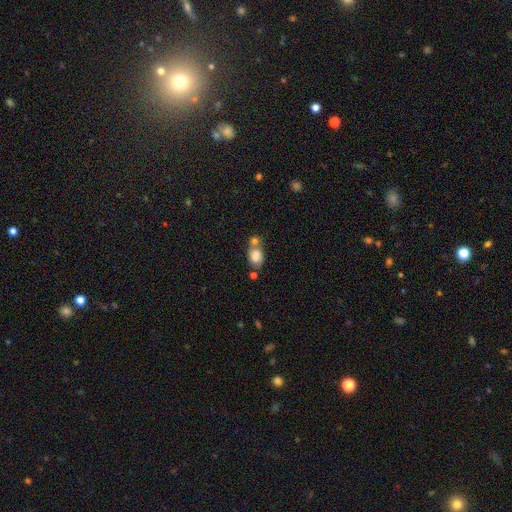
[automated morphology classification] Smooth or featured?
  - smooth: 82% *
  - featured or disk: 9%
  - star or artifact: 9%
How rounded?
  - in between: 63% *
  - round: 35%
  - cigar-shaped: 1%
Merging?
  - merger: 42% *
  - none: 41%
  - minor disturbance: 12%
  - major disturbance: 5%